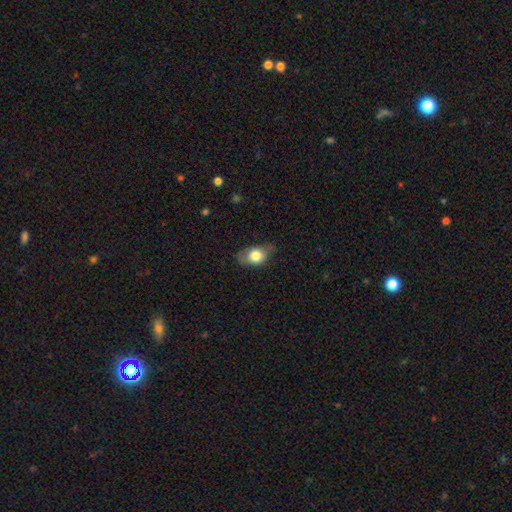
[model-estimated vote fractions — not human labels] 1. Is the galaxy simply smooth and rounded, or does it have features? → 74% smooth, 19% featured or disk, 8% star or artifact.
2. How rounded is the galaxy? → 78% in between, 19% round, 2% cigar-shaped.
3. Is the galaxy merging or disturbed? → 58% none, 31% minor disturbance, 9% major disturbance, 1% merger.